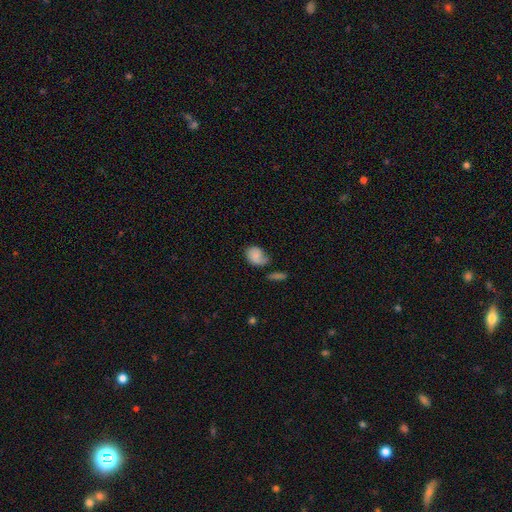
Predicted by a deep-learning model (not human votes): A smooth galaxy with no disk features (70%) that is in between round and cigar-shaped (64%). Merging: none (41%).